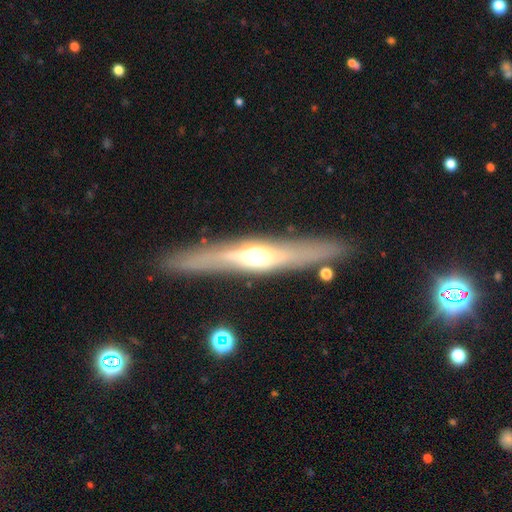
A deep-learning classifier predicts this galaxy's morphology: The model was most divided on "smooth or featured": featured or disk: 66%, smooth: 27%, star or artifact: 7%. More confident: edge-on disk — yes (91%); edge-on bulge — rounded (91%); merging — none (86%).